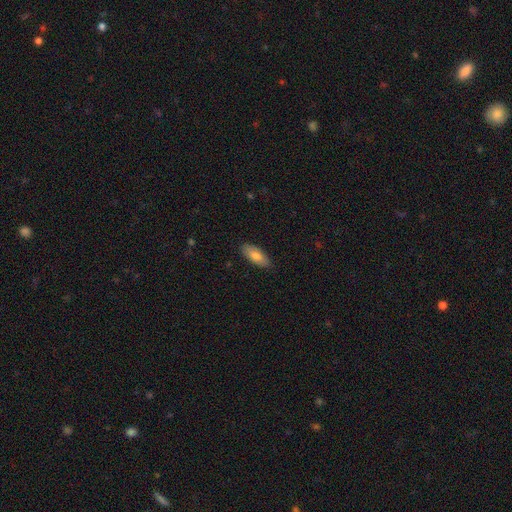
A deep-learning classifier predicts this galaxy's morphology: A smooth galaxy with no disk features (79%) that is in between round and cigar-shaped (81%).

Vote fractions:
- Smooth or featured? smooth: 79% / featured or disk: 15% / star or artifact: 6%
- How rounded? in between: 81% / cigar-shaped: 17% / round: 2%
- Merging? none: 87% / minor disturbance: 10% / major disturbance: 2% / merger: 1%